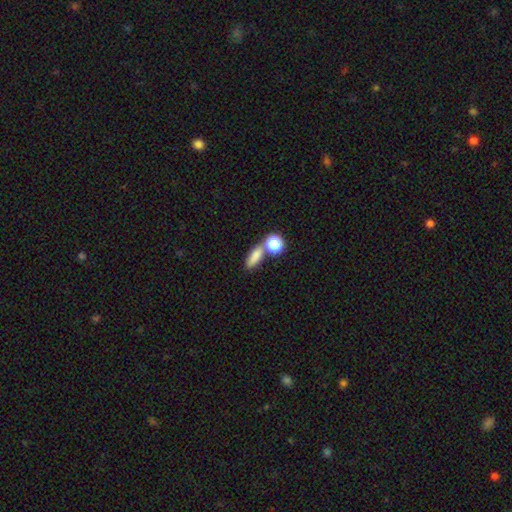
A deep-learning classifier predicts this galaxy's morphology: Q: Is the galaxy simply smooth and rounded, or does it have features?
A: smooth — 81%.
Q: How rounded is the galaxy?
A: in between — 53%.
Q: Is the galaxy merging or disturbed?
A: none — 51%.